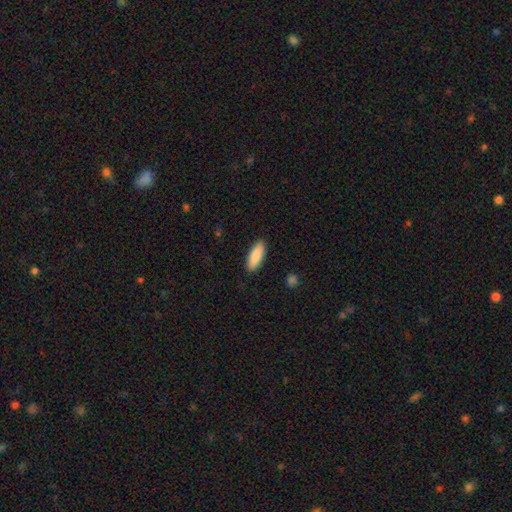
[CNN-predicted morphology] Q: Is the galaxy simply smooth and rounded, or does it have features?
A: smooth — 88%.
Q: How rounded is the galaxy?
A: in between — 71%.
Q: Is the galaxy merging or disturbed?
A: none — 89%.